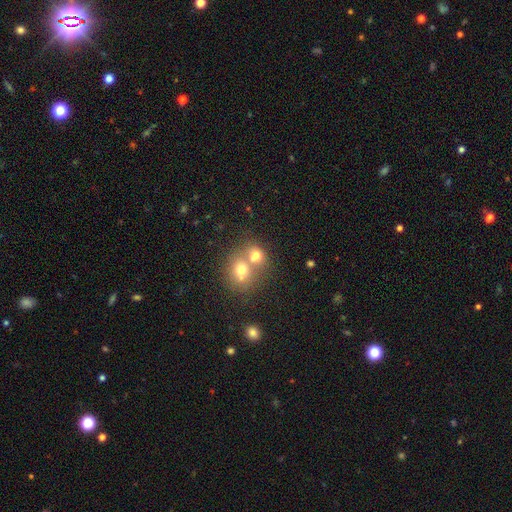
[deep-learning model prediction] Morphology: type=smooth (70%); roundness=round (67%); merging=merger (59%).